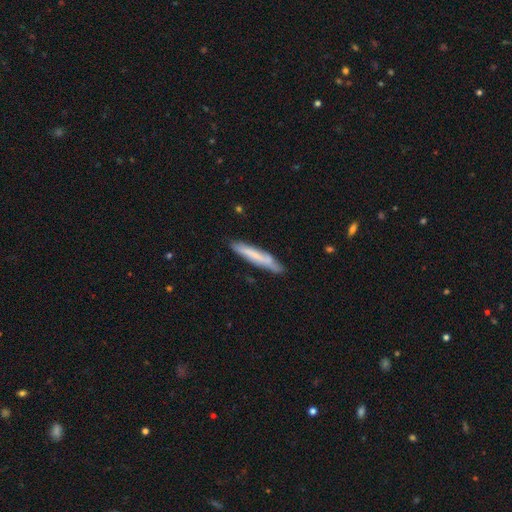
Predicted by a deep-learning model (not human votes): Q: Smooth or featured?
A: smooth (61%); runner-up: featured or disk (33%)
Q: How rounded?
A: cigar-shaped (92%); runner-up: in between (7%)
Q: Merging?
A: none (79%); runner-up: minor disturbance (16%)